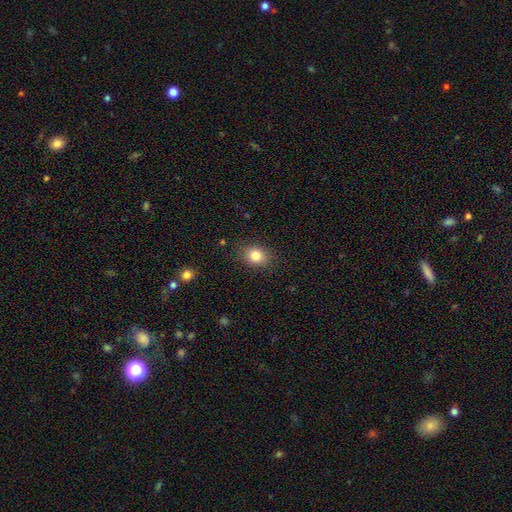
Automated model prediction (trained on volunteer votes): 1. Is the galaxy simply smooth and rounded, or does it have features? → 83% smooth, 10% star or artifact, 7% featured or disk.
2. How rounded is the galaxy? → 54% in between, 45% round, 1% cigar-shaped.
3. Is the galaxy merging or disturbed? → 85% none, 11% minor disturbance, 3% major disturbance, 1% merger.